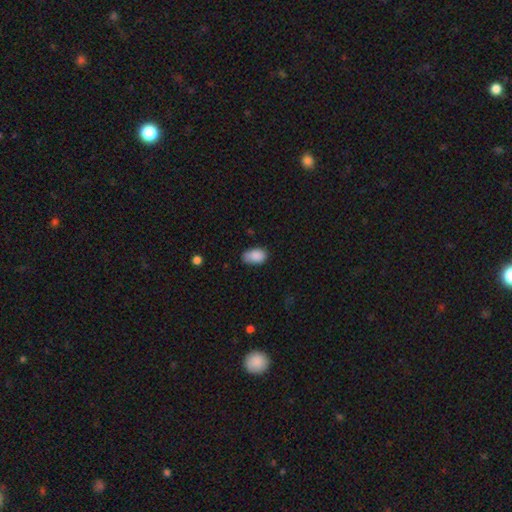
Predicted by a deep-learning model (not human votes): smooth 88%, star or artifact 8%, featured or disk 5%. Down the decision tree: how rounded — in between (91%); merging — none (67%).